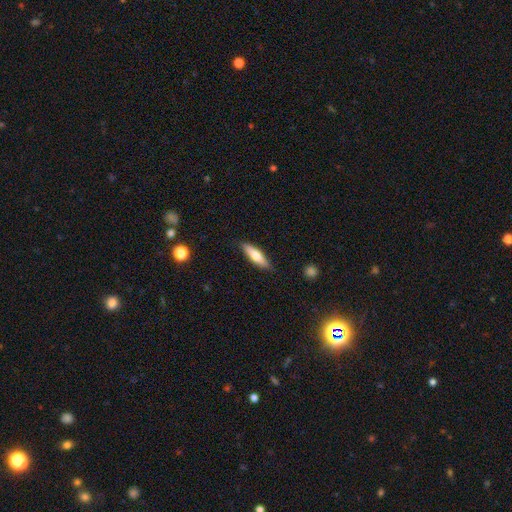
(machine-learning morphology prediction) This appears to be a smooth galaxy with no disk features (63%) that is cigar-shaped (66%). Merging: none (87%).